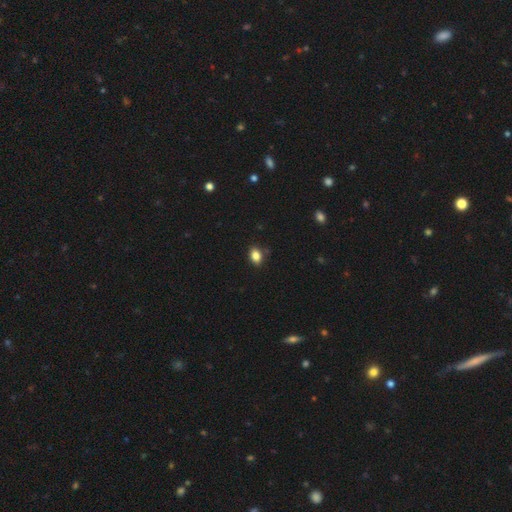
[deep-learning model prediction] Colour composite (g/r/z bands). It shows a smooth galaxy with no disk features (85%) that is in between round and cigar-shaped (75%). Merging: none (83%).